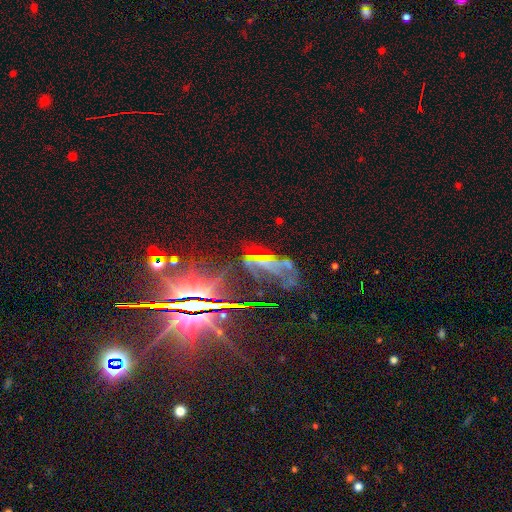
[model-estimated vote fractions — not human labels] star or artifact 53%, featured or disk 35%, smooth 12%.